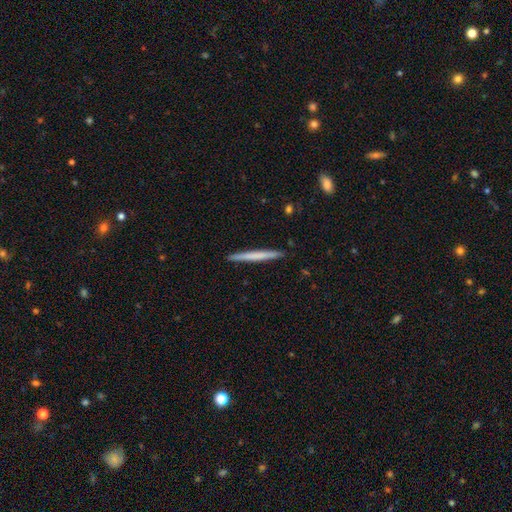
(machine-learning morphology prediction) This is possibly a smooth galaxy (59%). How rounded: clearly cigar-shaped (97%). Merging: clearly none (92%).